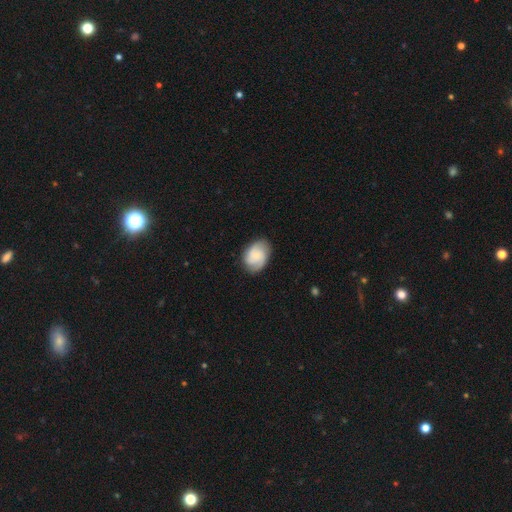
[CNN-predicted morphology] The model was most divided on "smooth or featured": featured or disk: 50%, smooth: 42%, star or artifact: 7%. More confident: edge-on disk — no (97%); merging — none (80%).